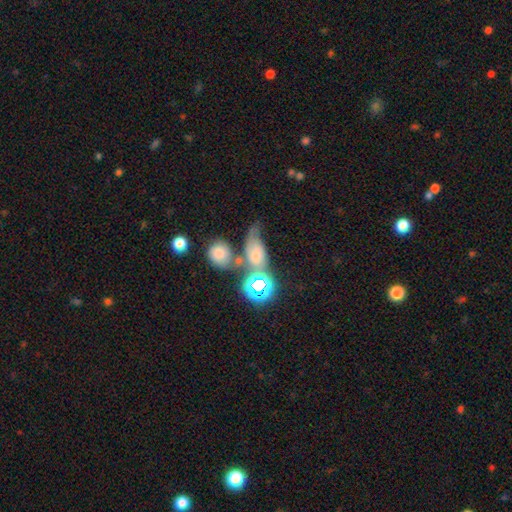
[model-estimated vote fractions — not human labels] The model was most divided on "merging": none: 32%, merger: 30%, minor disturbance: 20%, major disturbance: 19%. Remaining: smooth or featured — smooth (48%).